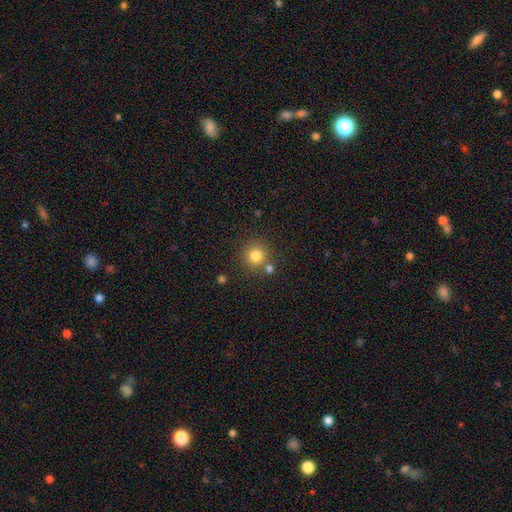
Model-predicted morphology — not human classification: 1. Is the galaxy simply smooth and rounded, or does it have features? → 81% smooth, 13% star or artifact, 7% featured or disk.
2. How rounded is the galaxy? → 93% round, 6% in between, 1% cigar-shaped.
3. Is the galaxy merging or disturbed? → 77% none, 12% merger, 8% minor disturbance, 3% major disturbance.